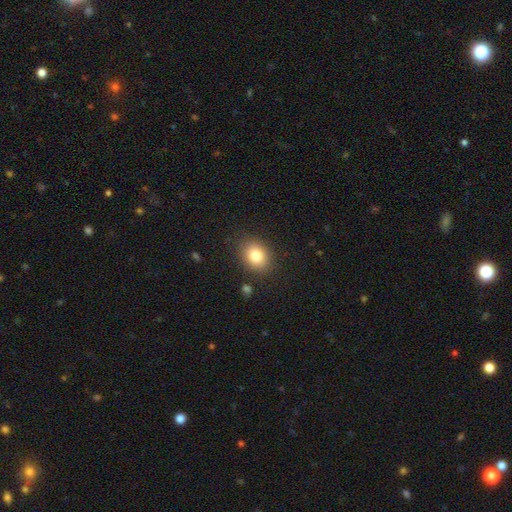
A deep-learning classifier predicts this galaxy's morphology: A smooth galaxy with no disk features (82%) that is round (52%). Merging: none (86%).